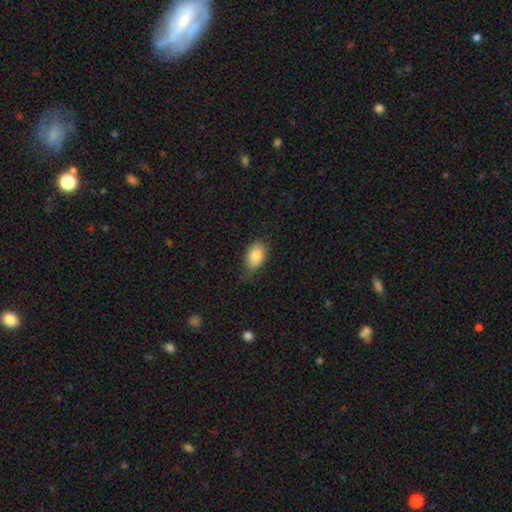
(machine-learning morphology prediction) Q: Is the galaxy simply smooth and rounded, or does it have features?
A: smooth — 84%.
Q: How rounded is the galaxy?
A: in between — 88%.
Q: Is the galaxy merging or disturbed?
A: none — 67%.